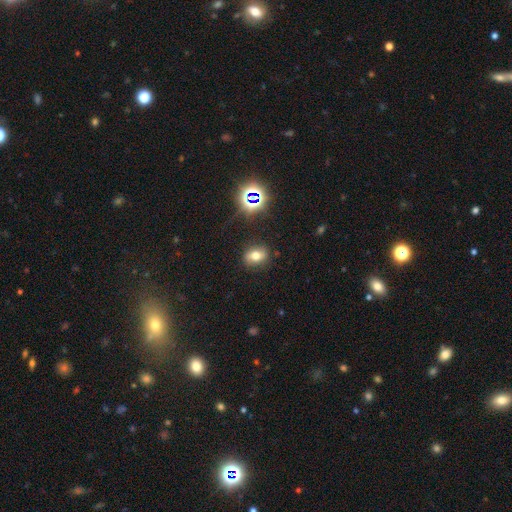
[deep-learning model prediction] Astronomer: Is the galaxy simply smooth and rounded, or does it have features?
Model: smooth — 57%.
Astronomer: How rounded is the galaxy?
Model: in between — 66%.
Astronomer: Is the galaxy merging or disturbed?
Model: none — 83%.